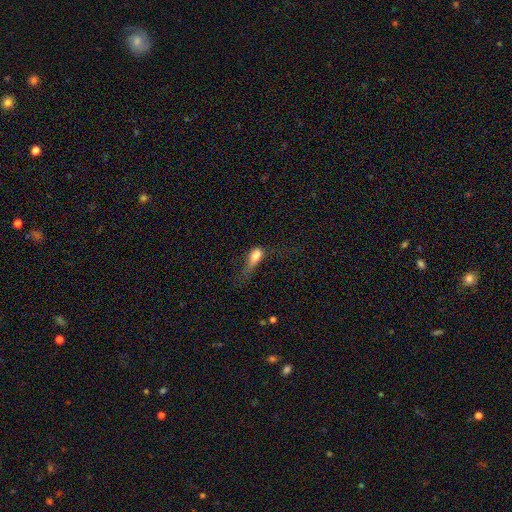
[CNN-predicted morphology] A smooth galaxy with no disk features (73%) that is in between round and cigar-shaped (75%).

Vote fractions:
- Smooth or featured? smooth: 73% / featured or disk: 17% / star or artifact: 10%
- How rounded? in between: 75% / cigar-shaped: 17% / round: 8%
- Merging? major disturbance: 53% / minor disturbance: 24% / none: 18% / merger: 4%